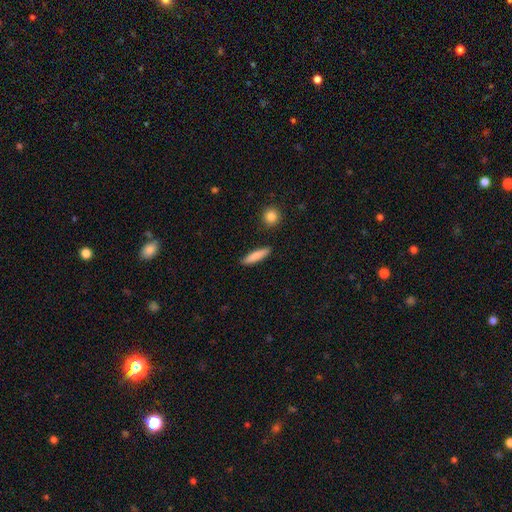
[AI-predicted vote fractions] This is clearly a smooth galaxy (84%). How rounded: likely cigar-shaped (79%). Merging: clearly none (89%).